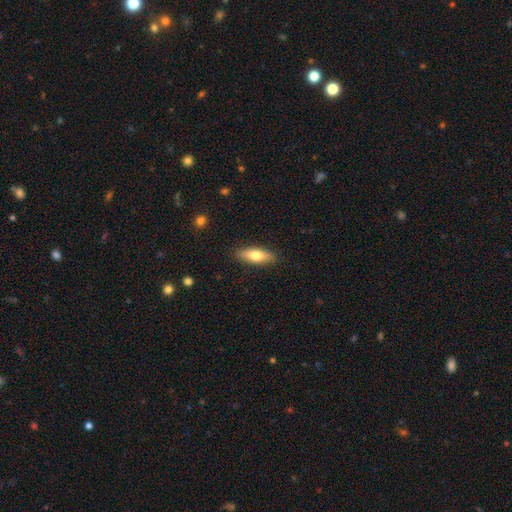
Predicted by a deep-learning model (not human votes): A smooth galaxy with no disk features (72%) that is in between round and cigar-shaped (62%).

Vote fractions:
- Smooth or featured? smooth: 72% / featured or disk: 22% / star or artifact: 6%
- How rounded? in between: 62% / cigar-shaped: 36% / round: 3%
- Merging? none: 88% / minor disturbance: 9% / major disturbance: 2% / merger: 1%